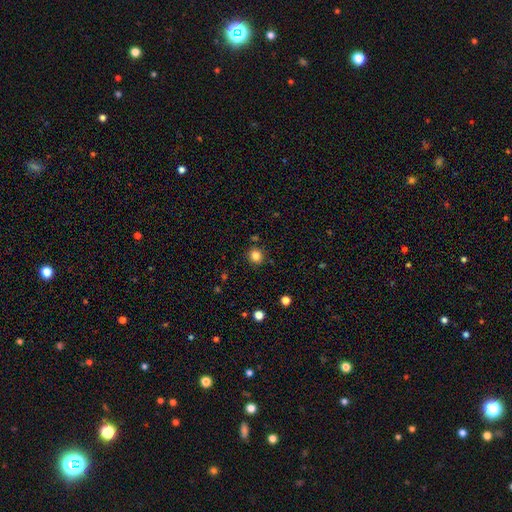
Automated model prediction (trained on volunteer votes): smooth 83%, star or artifact 12%, featured or disk 5%. Down the decision tree: how rounded — round (88%); merging — none (88%).